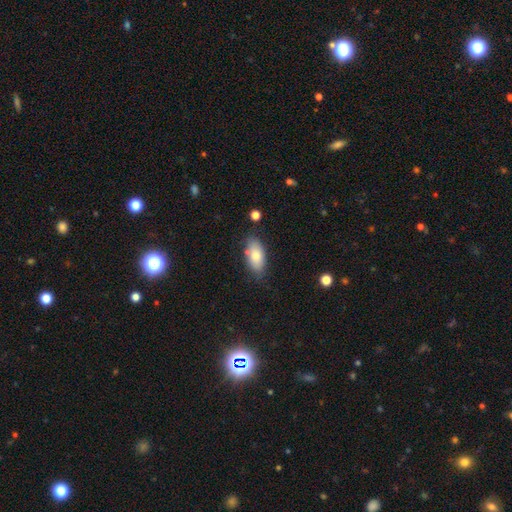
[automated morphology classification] smooth_or_featured: smooth (p=0.76) [alt: featured or disk p=0.16]
how_rounded: in between (p=0.90) [alt: cigar-shaped p=0.06]
merging: none (p=0.76) [alt: minor disturbance p=0.16]